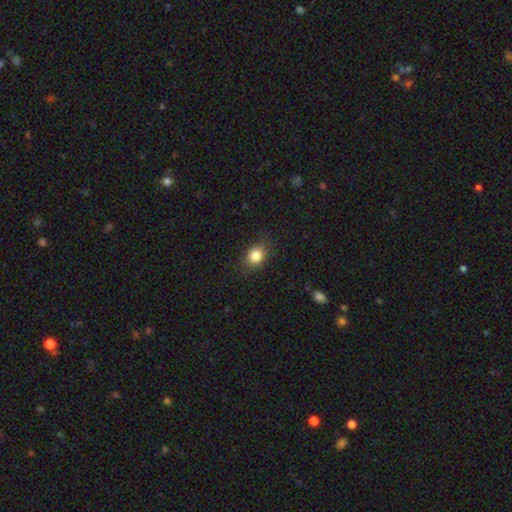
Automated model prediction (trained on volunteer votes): smooth_or_featured: smooth (p=0.83) [alt: star or artifact p=0.10]
how_rounded: in between (p=0.51) [alt: round p=0.47]
merging: none (p=0.83) [alt: minor disturbance p=0.13]